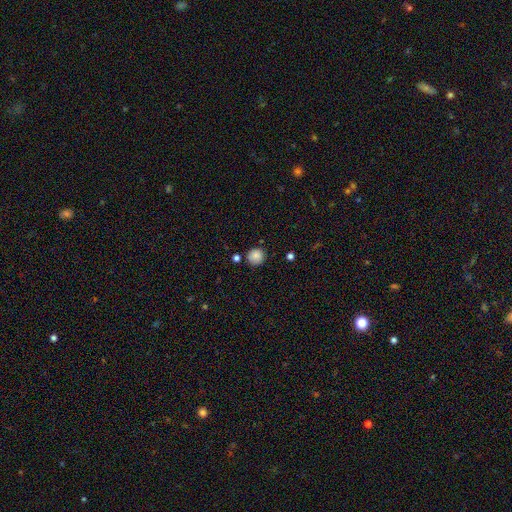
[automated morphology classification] smooth_or_featured: smooth (p=0.85) [alt: star or artifact p=0.10]
how_rounded: round (p=0.93) [alt: in between p=0.06]
merging: none (p=0.83) [alt: minor disturbance p=0.10]